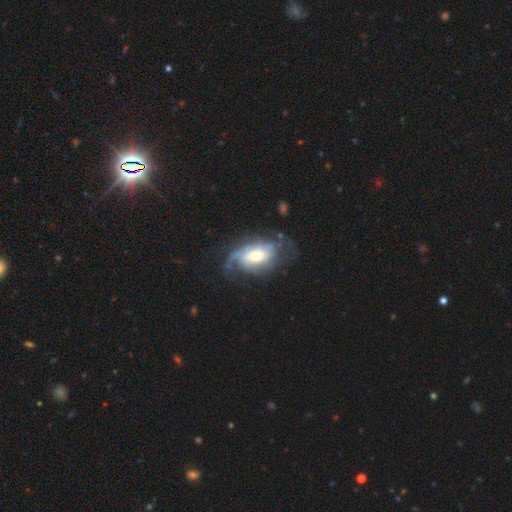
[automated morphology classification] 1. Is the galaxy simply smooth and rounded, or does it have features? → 75% featured or disk, 19% smooth, 6% star or artifact.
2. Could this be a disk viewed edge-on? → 95% no, 5% yes.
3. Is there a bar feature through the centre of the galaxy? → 55% no, 34% weak, 11% strong.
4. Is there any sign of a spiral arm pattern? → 87% yes, 13% no.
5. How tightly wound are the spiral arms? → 39% medium, 34% tight, 27% loose.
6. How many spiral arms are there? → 36% can't tell, 32% 2, 13% 3, 10% 1, 5% 4, 4% more than 4.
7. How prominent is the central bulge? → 42% moderate, 35% large, 15% small, 4% dominant, 4% none.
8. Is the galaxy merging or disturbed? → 51% none, 25% major disturbance, 22% minor disturbance, 2% merger.